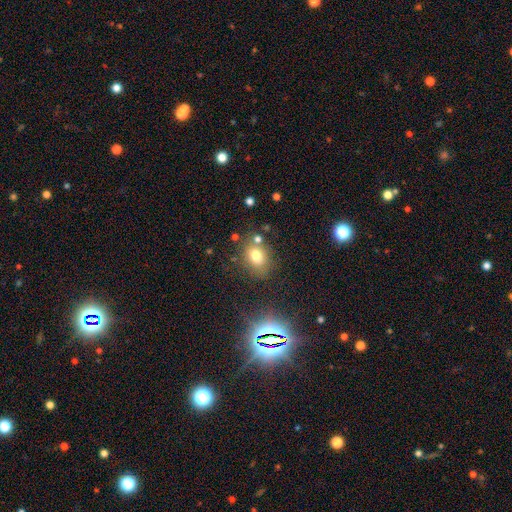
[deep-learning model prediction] Smooth or featured?
  - smooth: 75% *
  - star or artifact: 14%
  - featured or disk: 11%
How rounded?
  - in between: 58% *
  - round: 41%
  - cigar-shaped: 1%
Merging?
  - none: 69% *
  - minor disturbance: 15%
  - merger: 10%
  - major disturbance: 5%